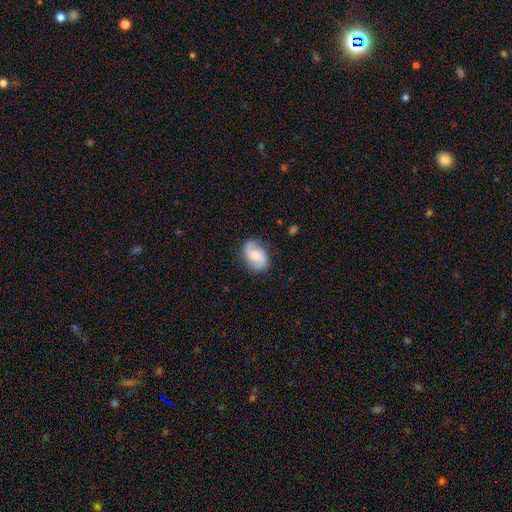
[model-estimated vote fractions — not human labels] The model was most divided on "bulge size": moderate: 45%, small: 30%, large: 13%, none: 11%, dominant: 2%. Remaining: edge-on disk — no (98%); spiral arms — yes (95%); spiral arm count — 2 (91%); merging — none (80%); smooth or featured — featured or disk (72%); bar — no (54%); spiral winding — medium (49%).